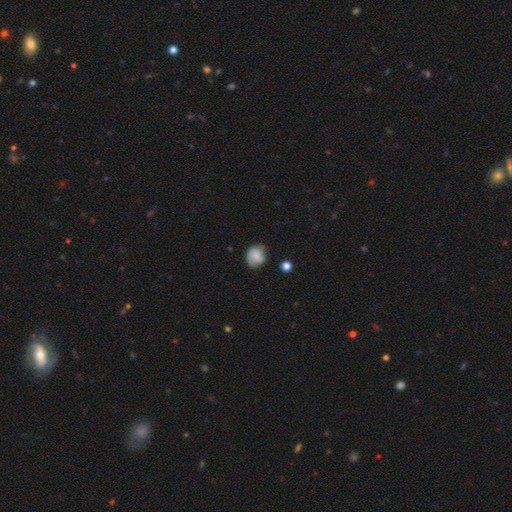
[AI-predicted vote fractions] Smooth or featured: smooth — 67% (featured or disk — 25%)
How rounded: round — 65% (in between — 34%)
Merging: none — 58% (minor disturbance — 30%)